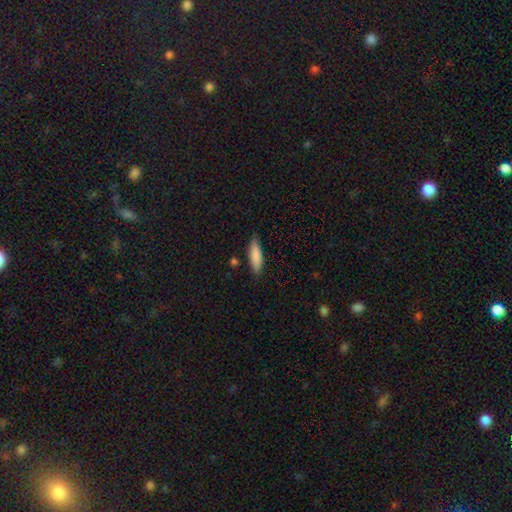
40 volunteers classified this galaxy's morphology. smooth-or-featured: smooth: 92% | featured or disk: 8% | star or artifact: 0%
  how-rounded: cigar-shaped: 81% | in between: 14% | round: 5%
  merging: none: 72% | minor disturbance: 22% | major disturbance: 2% | merger: 2%